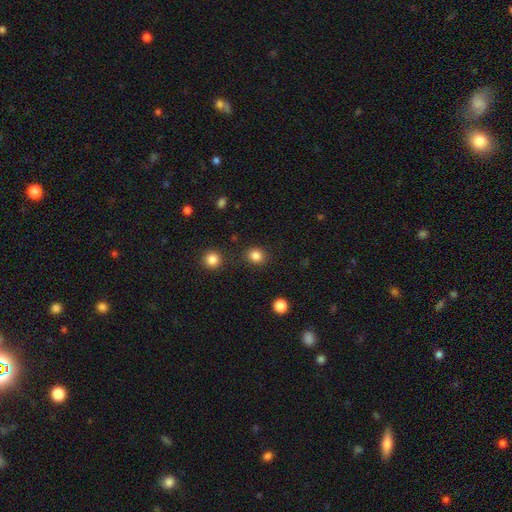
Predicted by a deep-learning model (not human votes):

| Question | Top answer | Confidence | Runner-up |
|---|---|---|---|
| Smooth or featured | smooth | 84% | star or artifact (12%) |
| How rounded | round | 78% | in between (21%) |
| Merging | none | 86% | minor disturbance (8%) |